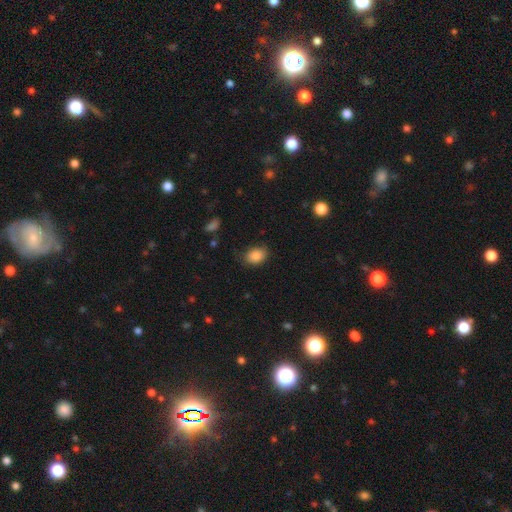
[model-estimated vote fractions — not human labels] This is clearly a smooth galaxy (86%). How rounded: likely in between (67%). Merging: likely none (76%).